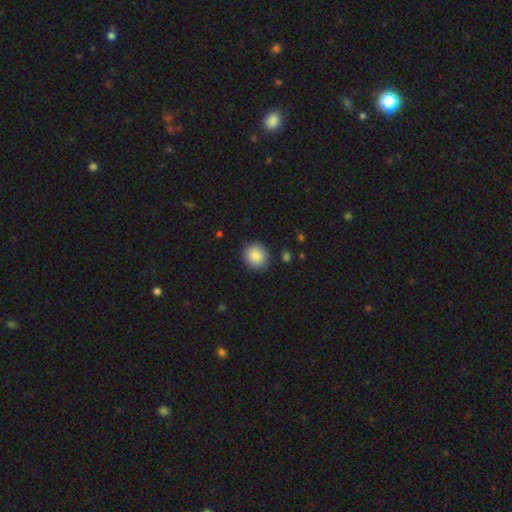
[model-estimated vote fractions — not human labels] Smooth or featured: smooth — 87% (star or artifact — 7%)
How rounded: round — 83% (in between — 16%)
Merging: none — 86% (minor disturbance — 10%)